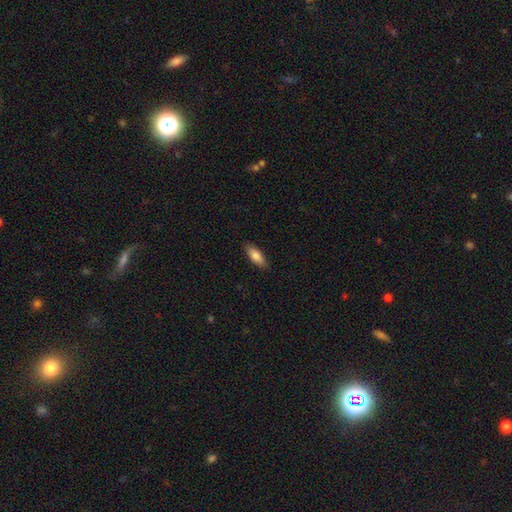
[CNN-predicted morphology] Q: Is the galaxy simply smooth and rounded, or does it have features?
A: smooth — 79%.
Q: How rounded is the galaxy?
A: in between — 66%.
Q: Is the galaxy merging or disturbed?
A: none — 88%.